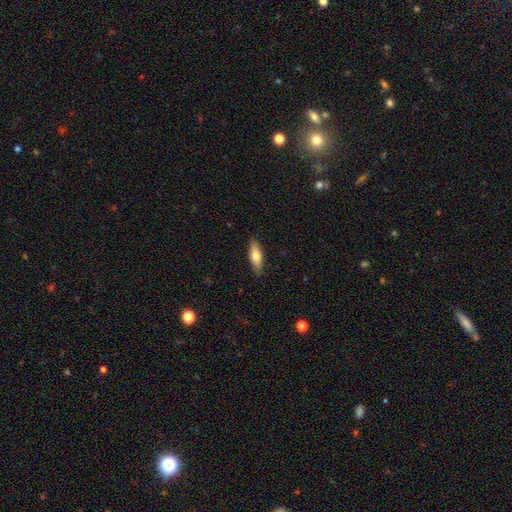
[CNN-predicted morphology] smooth-or-featured: smooth: 68% | featured or disk: 26% | star or artifact: 6%
  how-rounded: in between: 50% | cigar-shaped: 48% | round: 2%
  merging: none: 88% | minor disturbance: 9% | major disturbance: 2% | merger: 1%